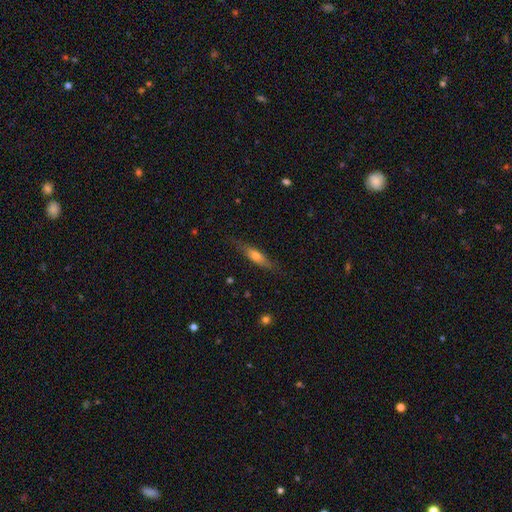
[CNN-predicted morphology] This is possibly a smooth galaxy (56%). How rounded: likely cigar-shaped (69%). Merging: likely none (78%).